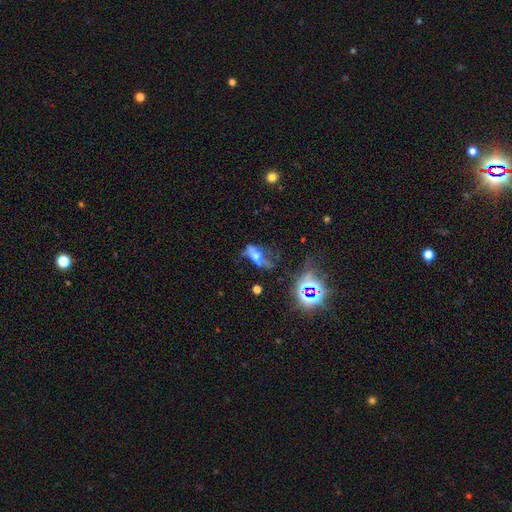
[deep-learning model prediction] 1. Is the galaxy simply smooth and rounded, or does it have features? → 51% featured or disk, 33% smooth, 17% star or artifact.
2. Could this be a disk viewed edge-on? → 69% no, 31% yes.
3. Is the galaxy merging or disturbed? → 35% major disturbance, 33% none, 24% minor disturbance, 8% merger.